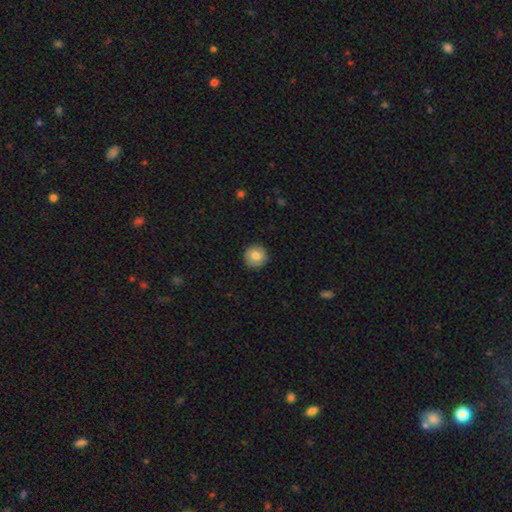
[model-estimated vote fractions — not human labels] The model was most divided on "smooth or featured": smooth: 78%, featured or disk: 14%, star or artifact: 8%. More confident: how rounded — round (95%); merging — none (91%).